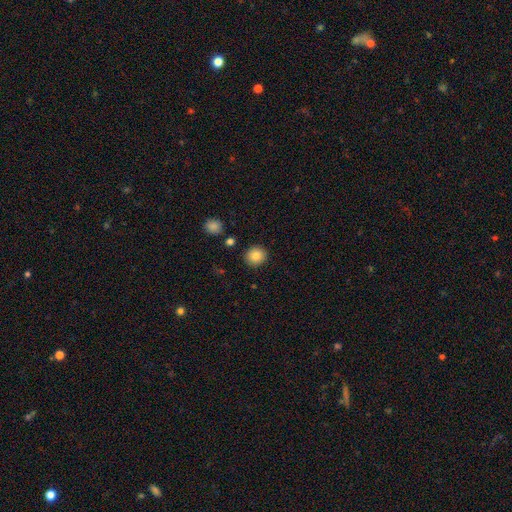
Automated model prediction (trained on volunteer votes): Smooth or featured? smooth (85%)
How rounded? round (89%)
Merging? none (89%)